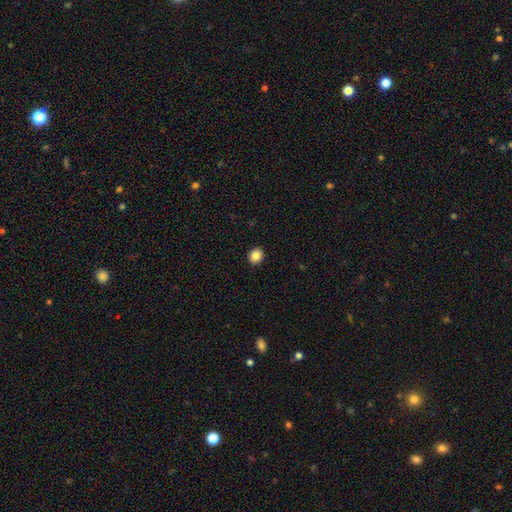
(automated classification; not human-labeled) smooth_or_featured: smooth (p=0.85) [alt: star or artifact p=0.10]
how_rounded: round (p=0.74) [alt: in between p=0.25]
merging: none (p=0.92) [alt: minor disturbance p=0.06]